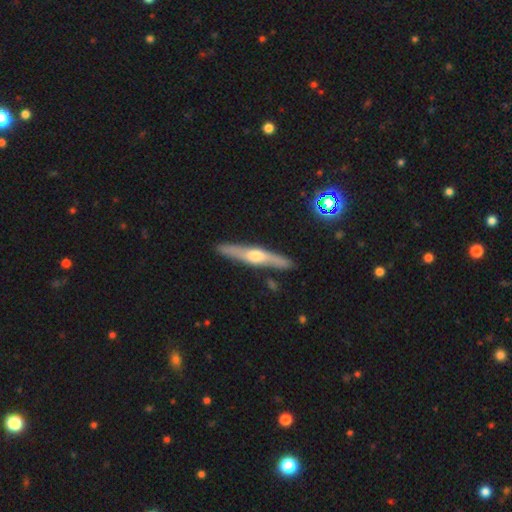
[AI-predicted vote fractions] featured or disk 68%, smooth 26%, star or artifact 6%. Down the decision tree: edge-on disk — yes (95%); edge-on bulge — rounded (91%); merging — none (89%).